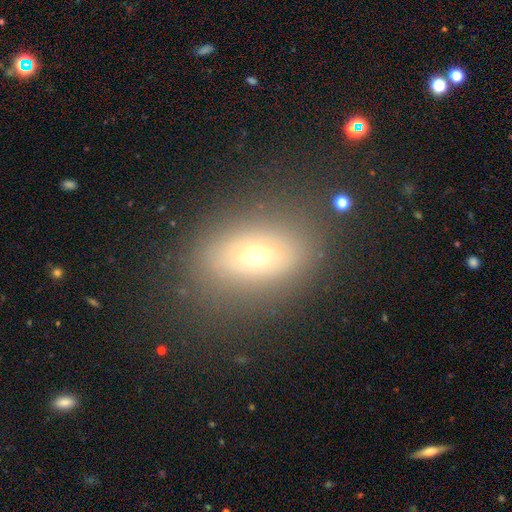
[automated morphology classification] A smooth galaxy with no disk features (60%) that is in between round and cigar-shaped (75%).

Vote fractions:
- Smooth or featured? smooth: 60% / featured or disk: 24% / star or artifact: 16%
- How rounded? in between: 75% / round: 23% / cigar-shaped: 3%
- Merging? none: 78% / minor disturbance: 13% / major disturbance: 7% / merger: 2%